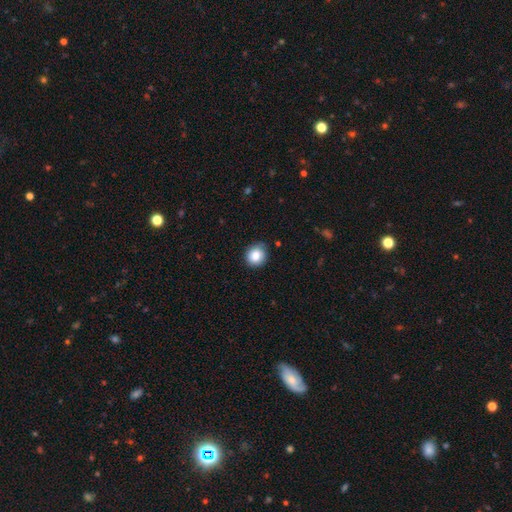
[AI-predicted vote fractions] Q: Smooth or featured?
A: smooth (83%); runner-up: star or artifact (9%)
Q: How rounded?
A: round (86%); runner-up: in between (13%)
Q: Merging?
A: none (81%); runner-up: minor disturbance (15%)